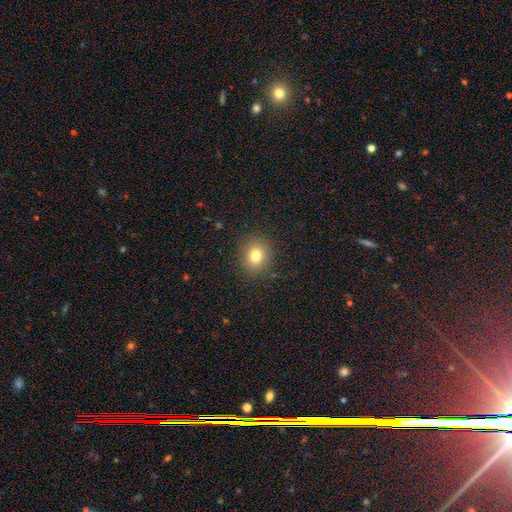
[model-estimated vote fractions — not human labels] Smooth or featured? Predicted: smooth (p=0.78). How rounded? Predicted: round (p=0.64). Merging? Predicted: none (p=0.87).